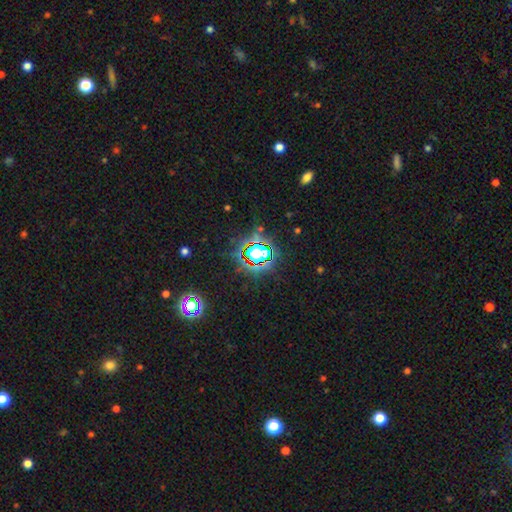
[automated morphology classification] Q: Smooth or featured?
A: star or artifact (72%); runner-up: smooth (17%)